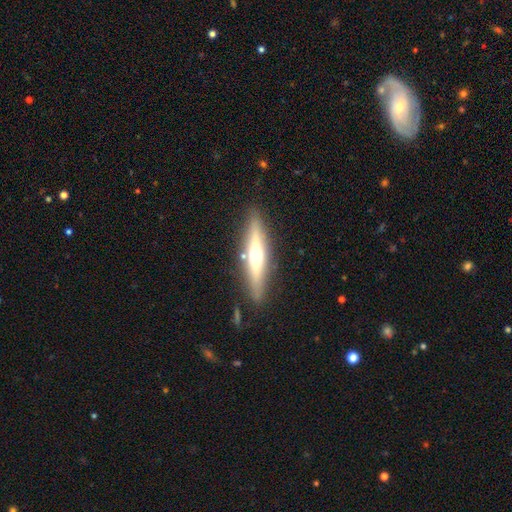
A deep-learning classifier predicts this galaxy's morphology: Overall: featured or disk (62%; smooth 31%). Edge-on disk: yes (93%). Edge-on bulge: rounded (88%). Merging: none (85%).